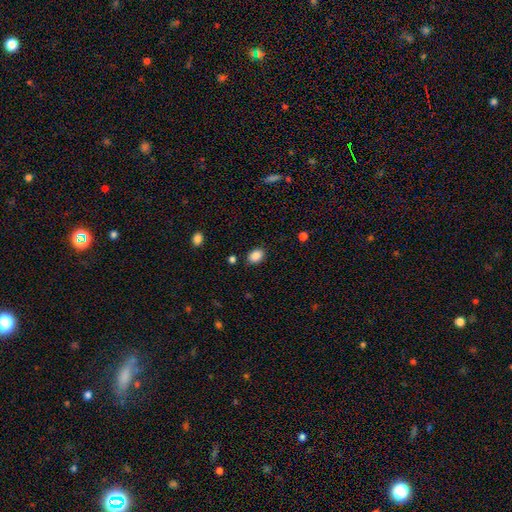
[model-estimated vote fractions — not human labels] This is clearly a smooth galaxy (87%). How rounded: likely in between (75%). Merging: clearly none (83%).